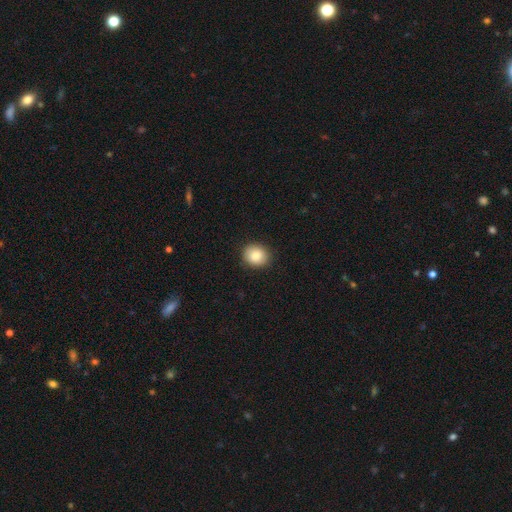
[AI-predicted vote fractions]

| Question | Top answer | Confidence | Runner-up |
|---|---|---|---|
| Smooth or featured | smooth | 87% | star or artifact (8%) |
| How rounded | round | 69% | in between (30%) |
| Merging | none | 90% | minor disturbance (7%) |